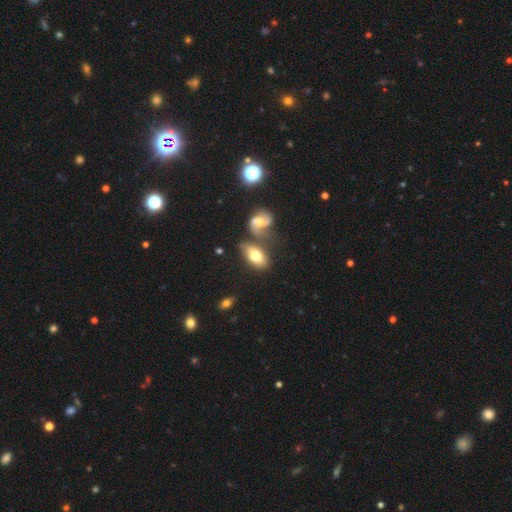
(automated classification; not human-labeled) A smooth galaxy with no disk features (63%) that is in between round and cigar-shaped (89%). Merging: none (46%).